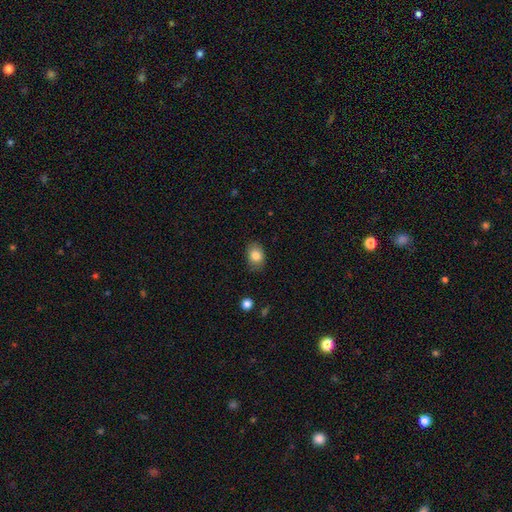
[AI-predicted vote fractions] Morphology: type=smooth (83%); roundness=in between (73%); merging=none (79%).